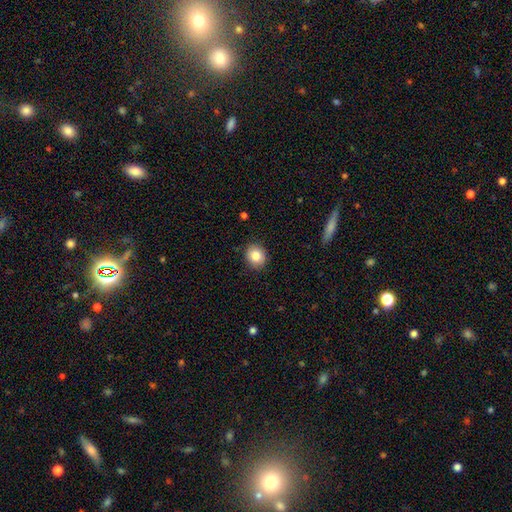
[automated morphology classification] Q: Smooth or featured?
A: smooth (83%); runner-up: star or artifact (9%)
Q: How rounded?
A: round (74%); runner-up: in between (25%)
Q: Merging?
A: none (88%); runner-up: minor disturbance (9%)